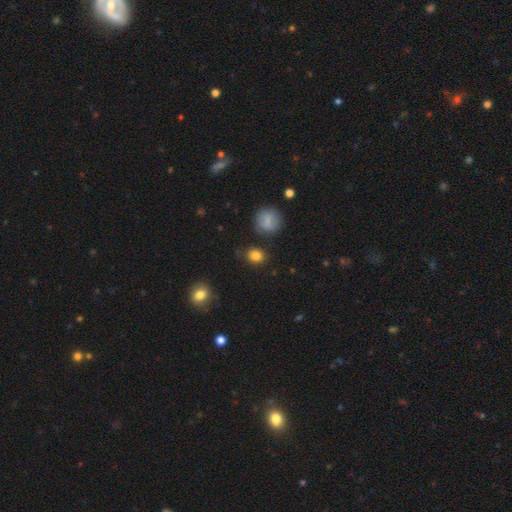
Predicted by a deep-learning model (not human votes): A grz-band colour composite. It shows a smooth galaxy with no disk features (83%) that is round (74%). Merging: none (83%).